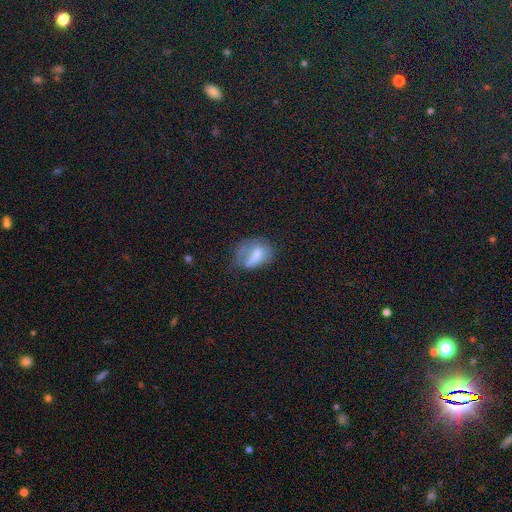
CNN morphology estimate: Overall: smooth (58%; featured or disk 31%). How rounded: in between (72%). Merging: none (34%; major disturbance 32%).